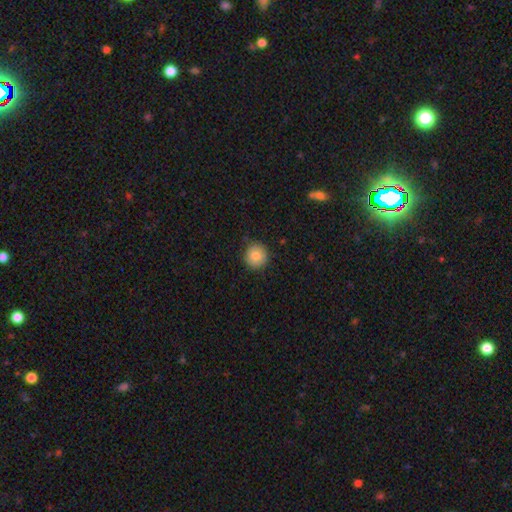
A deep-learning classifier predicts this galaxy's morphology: This appears to be a smooth galaxy with no disk features (83%) that is round (93%). Merging: none (87%).